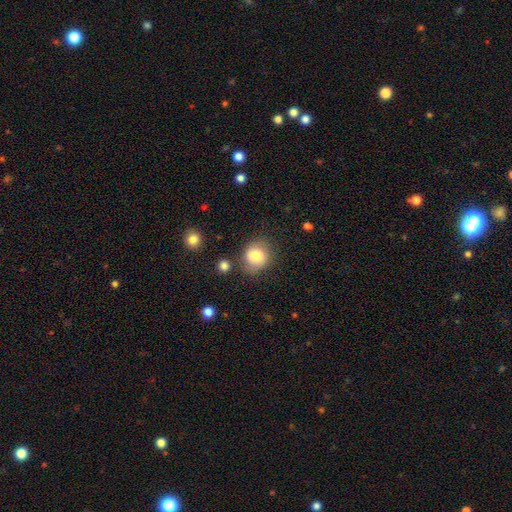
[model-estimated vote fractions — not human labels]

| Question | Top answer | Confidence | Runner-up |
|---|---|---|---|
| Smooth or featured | smooth | 81% | featured or disk (10%) |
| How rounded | round | 75% | in between (24%) |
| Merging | none | 72% | minor disturbance (18%) |